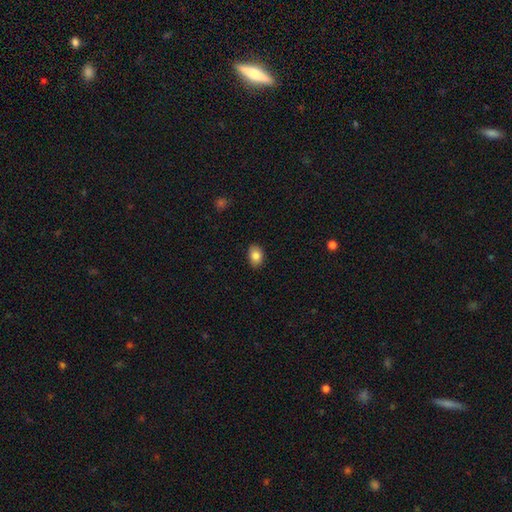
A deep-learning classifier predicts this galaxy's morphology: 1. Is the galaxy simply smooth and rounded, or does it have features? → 85% smooth, 8% star or artifact, 7% featured or disk.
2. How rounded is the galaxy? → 78% in between, 21% round, 1% cigar-shaped.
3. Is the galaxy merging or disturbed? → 87% none, 10% minor disturbance, 2% major disturbance, 1% merger.